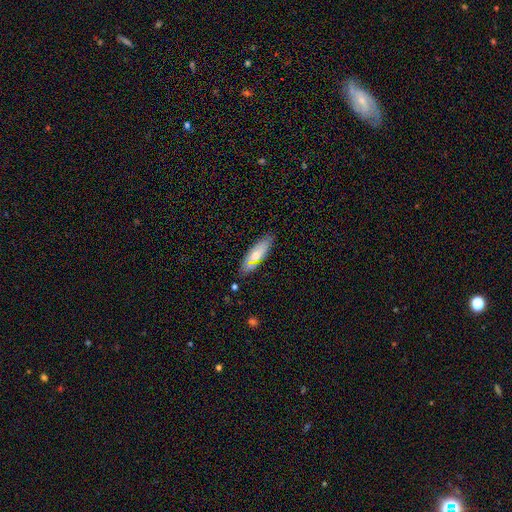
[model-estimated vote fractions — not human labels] smooth_or_featured: smooth (p=0.66) [alt: featured or disk p=0.26]
how_rounded: in between (p=0.53) [alt: cigar-shaped p=0.44]
merging: none (p=0.81) [alt: minor disturbance p=0.14]